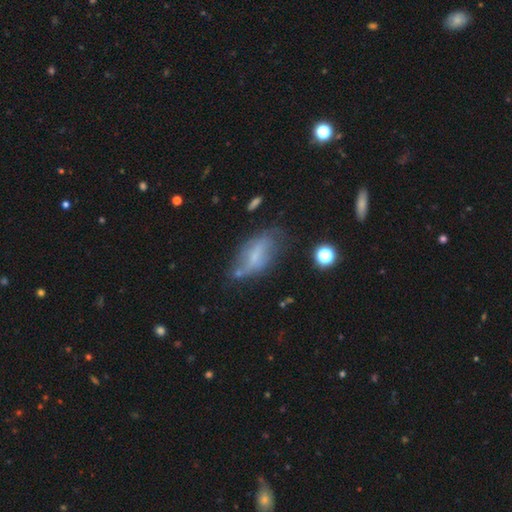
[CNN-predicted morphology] Smooth or featured: featured or disk — 46% (smooth — 43%)
Merging: none — 46% (minor disturbance — 31%)